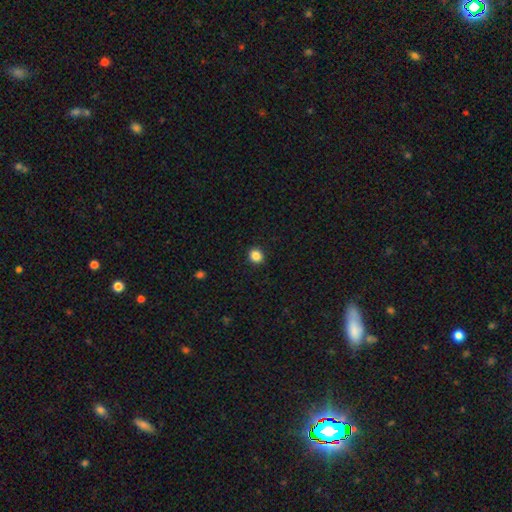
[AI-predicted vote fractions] Smooth or featured? Predicted: smooth (p=0.85). How rounded? Predicted: round (p=0.85). Merging? Predicted: none (p=0.92).